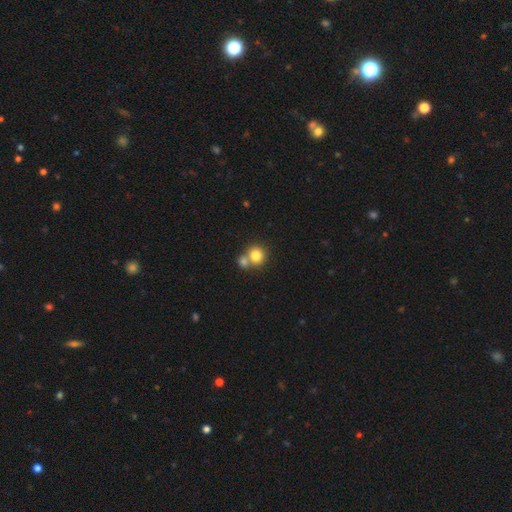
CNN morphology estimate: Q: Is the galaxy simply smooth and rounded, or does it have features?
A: smooth — 80%.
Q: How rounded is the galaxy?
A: round — 85%.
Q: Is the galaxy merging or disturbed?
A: merger — 46%.